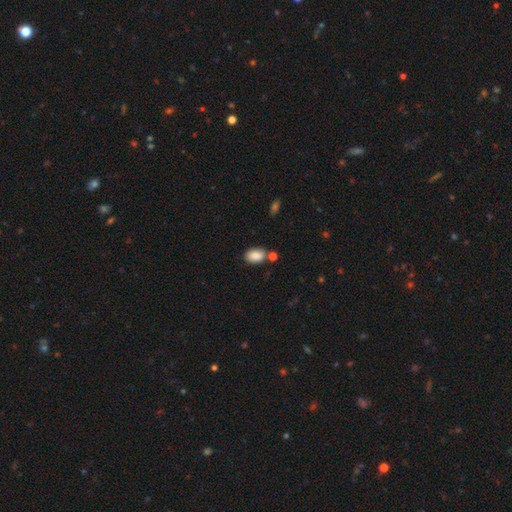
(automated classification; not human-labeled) Morphology: type=smooth (87%); roundness=in between (88%); merging=none (69%).